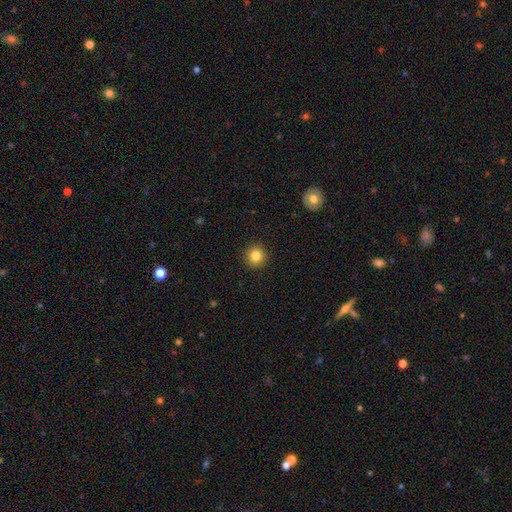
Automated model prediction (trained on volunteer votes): Overall: smooth (83%). How rounded: round (94%). Merging: none (92%).